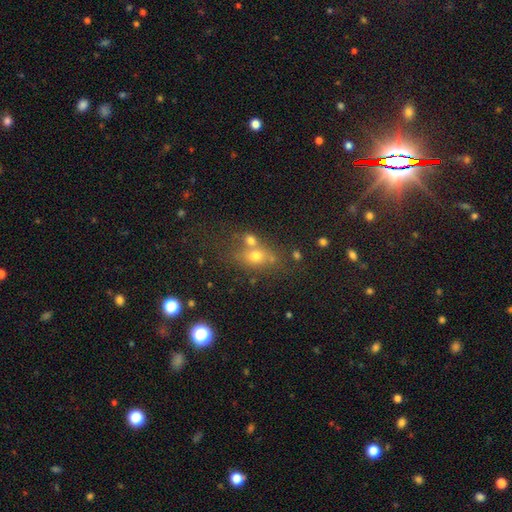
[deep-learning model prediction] Q: Smooth or featured?
A: smooth (61%); runner-up: star or artifact (20%)
Q: How rounded?
A: in between (55%); runner-up: round (40%)
Q: Merging?
A: none (49%); runner-up: merger (31%)